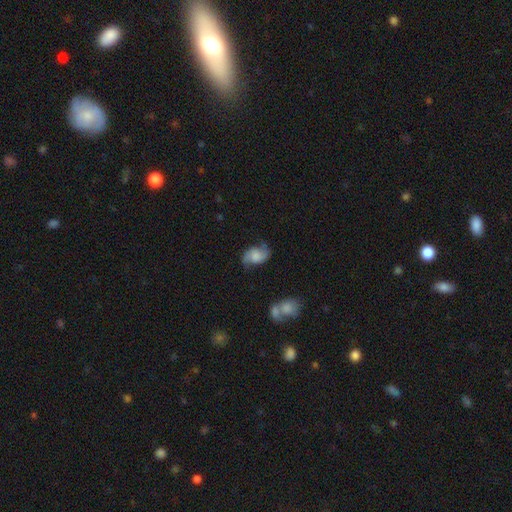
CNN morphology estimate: Q: Smooth or featured?
A: featured or disk (53%); runner-up: smooth (39%)
Q: Edge-on disk?
A: no (96%); runner-up: yes (4%)
Q: Bar?
A: no (61%); runner-up: weak (32%)
Q: Spiral arms?
A: yes (88%); runner-up: no (12%)
Q: Bulge size?
A: none (32%); runner-up: moderate (25%)
Q: Merging?
A: none (64%); runner-up: minor disturbance (24%)